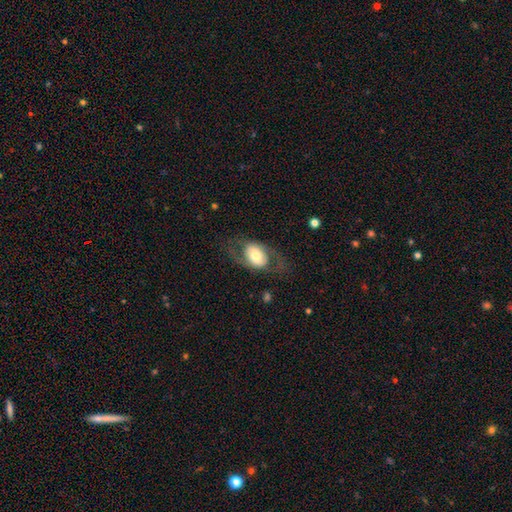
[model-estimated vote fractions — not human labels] Smooth or featured: featured or disk — 49% (smooth — 45%)
Merging: none — 64% (major disturbance — 19%)